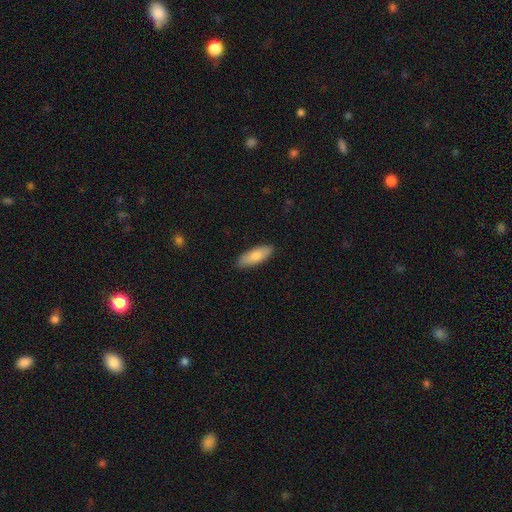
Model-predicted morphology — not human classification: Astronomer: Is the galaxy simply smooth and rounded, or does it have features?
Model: smooth — 83%.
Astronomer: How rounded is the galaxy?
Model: in between — 66%.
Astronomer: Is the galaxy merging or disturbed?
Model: none — 88%.